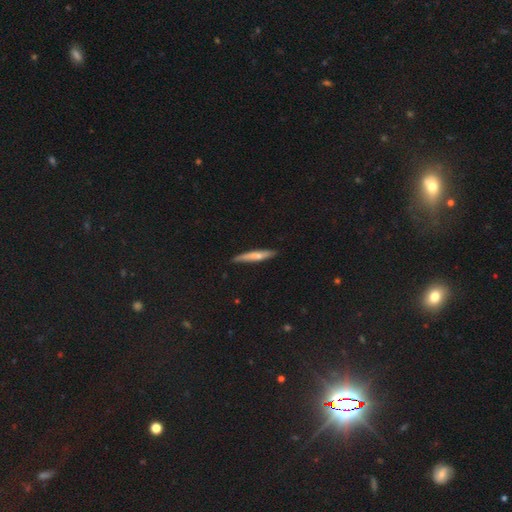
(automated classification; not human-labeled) Smooth or featured? smooth (60%)
How rounded? cigar-shaped (92%)
Merging? none (81%)